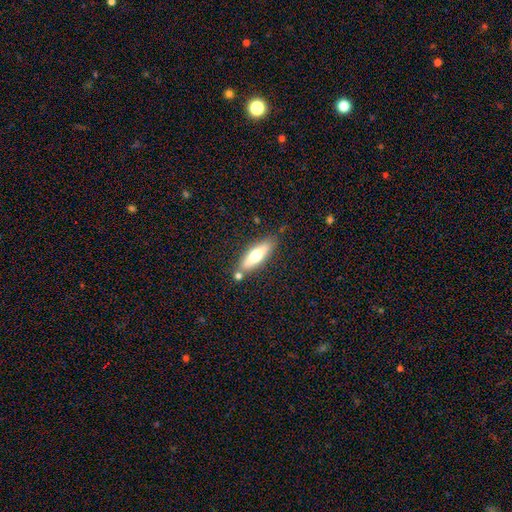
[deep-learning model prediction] smooth_or_featured: smooth (p=0.51) [alt: featured or disk p=0.43]
how_rounded: cigar-shaped (p=0.61) [alt: in between p=0.37]
merging: none (p=0.77) [alt: minor disturbance p=0.12]